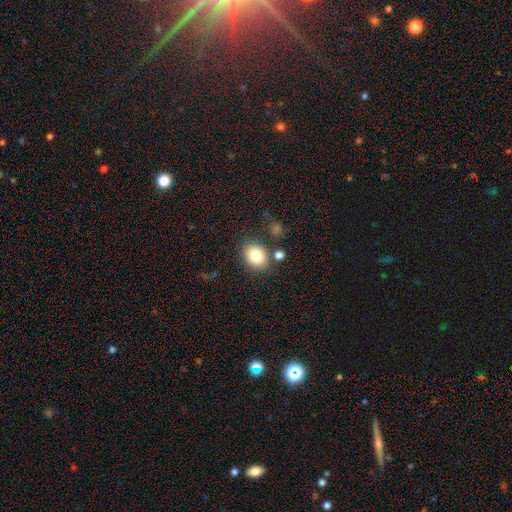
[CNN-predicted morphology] smooth_or_featured: smooth (p=0.81) [alt: star or artifact p=0.10]
how_rounded: in between (p=0.55) [alt: round p=0.44]
merging: none (p=0.77) [alt: minor disturbance p=0.11]